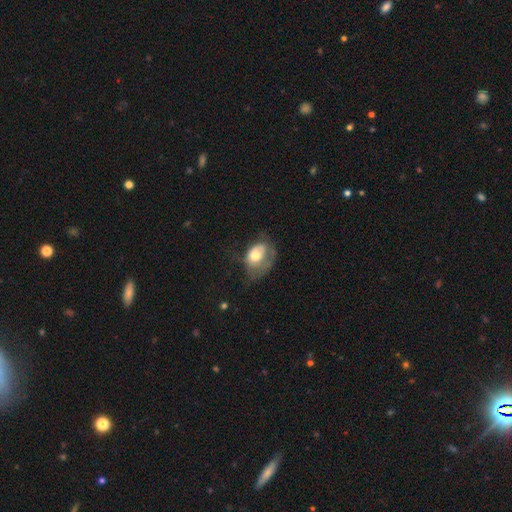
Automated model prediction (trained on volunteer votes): Smooth or featured: smooth — 58% (featured or disk — 35%)
How rounded: in between — 69% (round — 30%)
Merging: major disturbance — 41% (minor disturbance — 30%)